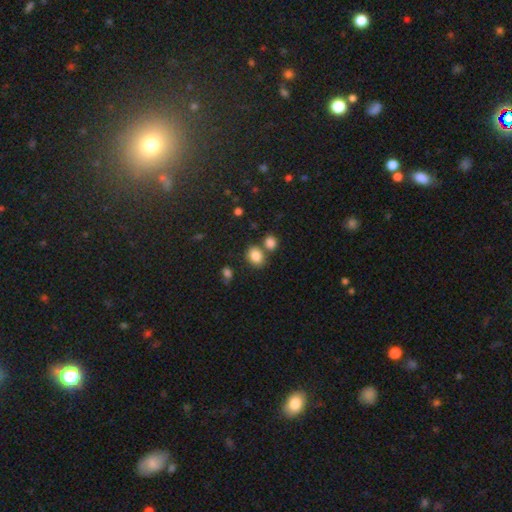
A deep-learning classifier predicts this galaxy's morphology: This is clearly a smooth galaxy (84%). How rounded: possibly in between (56%). Merging: likely none (63%).